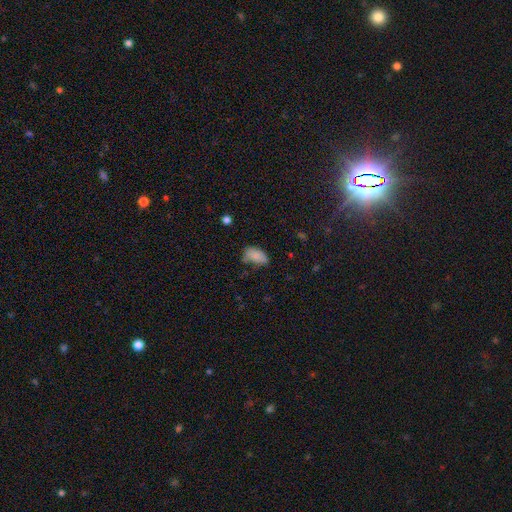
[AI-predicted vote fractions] Morphology: type=smooth (83%); roundness=in between (92%); merging=none (51%).